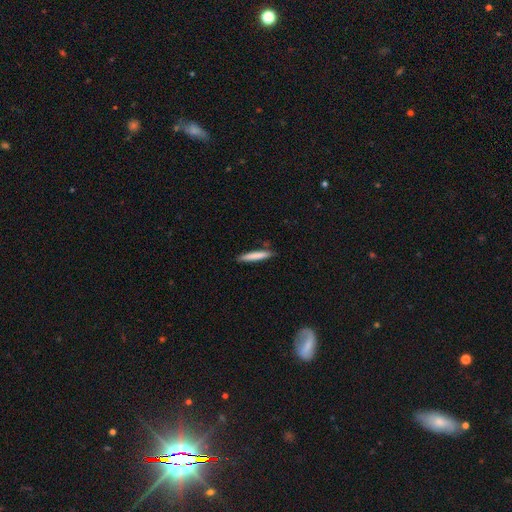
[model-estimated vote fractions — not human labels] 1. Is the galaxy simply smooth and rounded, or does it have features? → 79% smooth, 15% featured or disk, 6% star or artifact.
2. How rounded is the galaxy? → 94% cigar-shaped, 5% in between, 1% round.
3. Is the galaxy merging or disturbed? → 86% none, 10% minor disturbance, 2% merger, 2% major disturbance.